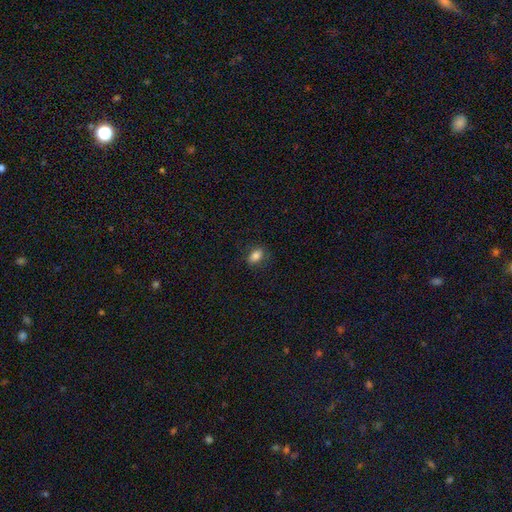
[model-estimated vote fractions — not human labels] Q: Smooth or featured?
A: smooth (83%); runner-up: star or artifact (10%)
Q: How rounded?
A: in between (84%); runner-up: round (13%)
Q: Merging?
A: none (83%); runner-up: minor disturbance (13%)